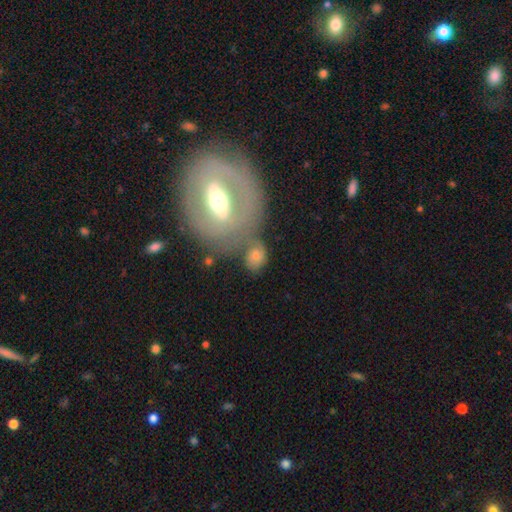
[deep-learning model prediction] smooth_or_featured: smooth (p=0.52) [alt: featured or disk p=0.36]
how_rounded: round (p=0.53) [alt: in between p=0.45]
merging: none (p=0.47) [alt: merger p=0.28]